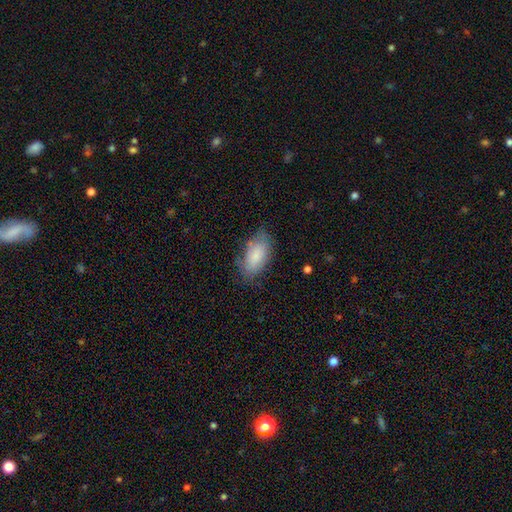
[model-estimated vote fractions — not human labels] Smooth or featured: smooth — 79% (featured or disk — 15%)
How rounded: in between — 93% (cigar-shaped — 3%)
Merging: none — 70% (minor disturbance — 22%)